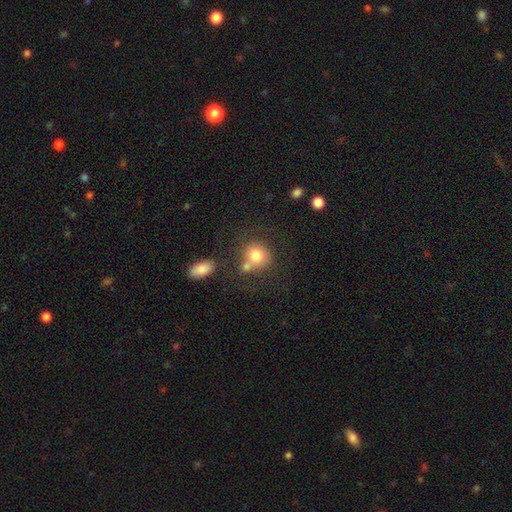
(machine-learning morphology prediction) The model was most divided on "merging": none: 46%, merger: 32%, minor disturbance: 14%, major disturbance: 7%. More confident: smooth or featured — smooth (79%); how rounded — round (76%).